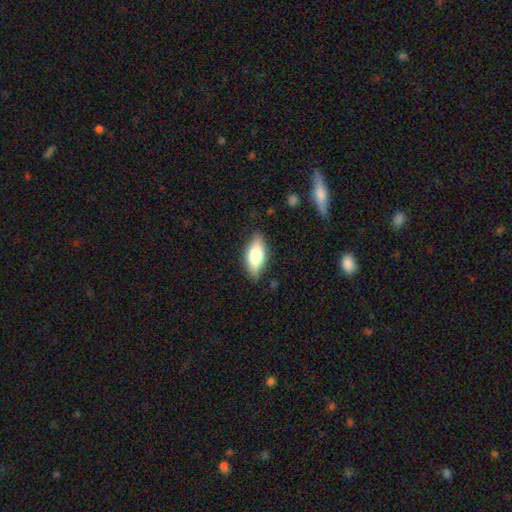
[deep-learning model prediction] A smooth galaxy with no disk features (69%) that is in between round and cigar-shaped (82%).

Vote fractions:
- Smooth or featured? smooth: 69% / featured or disk: 24% / star or artifact: 7%
- How rounded? in between: 82% / cigar-shaped: 15% / round: 3%
- Merging? none: 83% / minor disturbance: 13% / major disturbance: 3% / merger: 1%